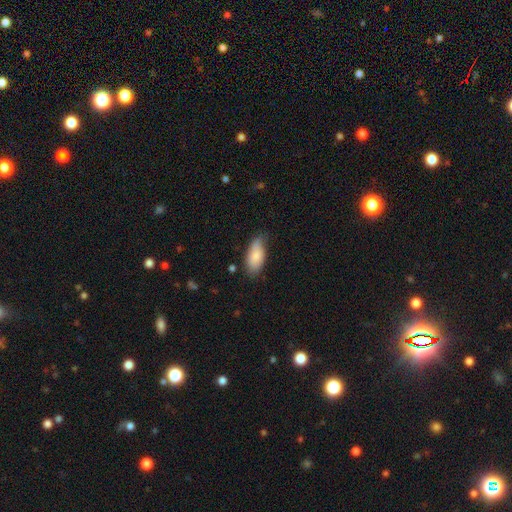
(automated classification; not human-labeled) A smooth galaxy with no disk features (83%) that is in between round and cigar-shaped (88%). Merging: none (63%).